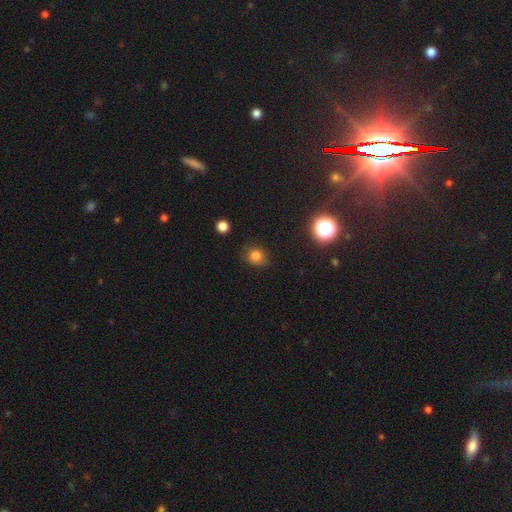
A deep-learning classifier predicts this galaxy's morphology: The model was most divided on "how rounded": round: 74%, in between: 25%, cigar-shaped: 1%. More confident: smooth or featured — smooth (79%); merging — none (76%).